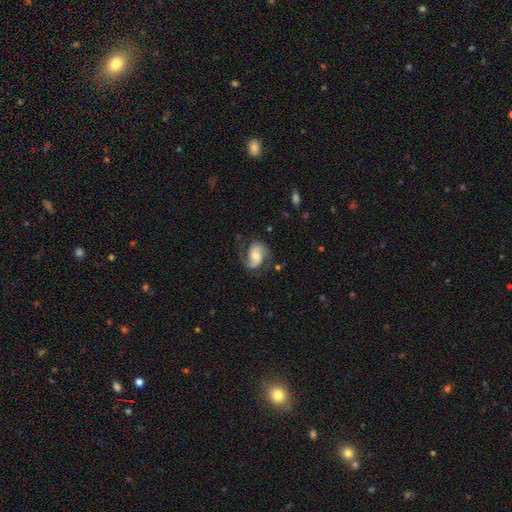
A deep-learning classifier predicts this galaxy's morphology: smooth_or_featured: featured or disk (p=0.82) [alt: smooth p=0.12]
disk_edge_on: no (p=0.98) [alt: yes p=0.02]
bar: no (p=0.44) [alt: weak p=0.40]
has_spiral_arms: yes (p=0.96) [alt: no p=0.04]
spiral_winding: medium (p=0.51) [alt: loose p=0.30]
spiral_arm_count: 2 (p=0.89) [alt: 1 p=0.05]
bulge_size: moderate (p=0.51) [alt: small p=0.33]
merging: none (p=0.71) [alt: minor disturbance p=0.17]